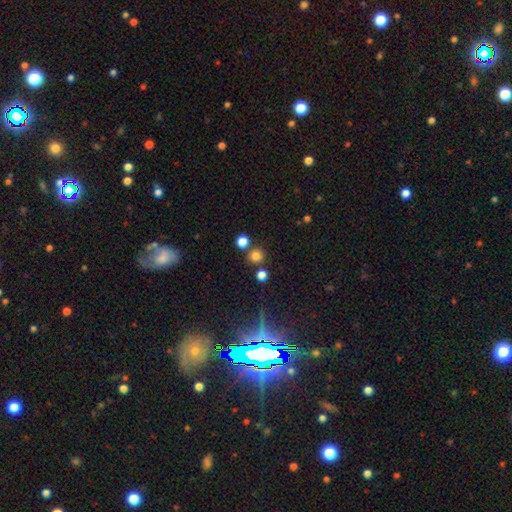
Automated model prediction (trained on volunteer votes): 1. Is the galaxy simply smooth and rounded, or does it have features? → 78% smooth, 17% star or artifact, 5% featured or disk.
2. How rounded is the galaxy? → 92% round, 7% in between, 1% cigar-shaped.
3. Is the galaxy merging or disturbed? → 77% none, 13% merger, 7% minor disturbance, 3% major disturbance.